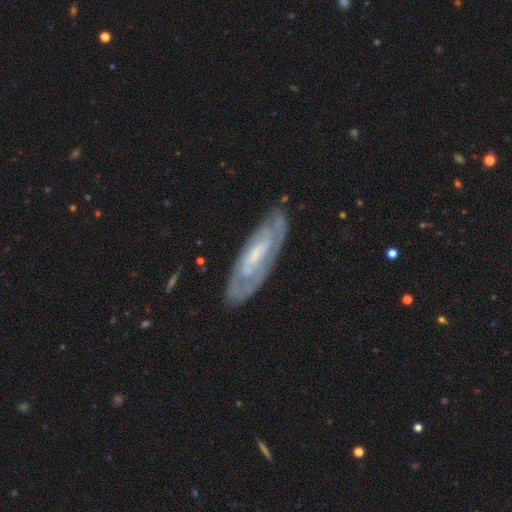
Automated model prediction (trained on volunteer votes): Q: Smooth or featured?
A: featured or disk (73%); runner-up: smooth (20%)
Q: Edge-on disk?
A: no (77%); runner-up: yes (23%)
Q: Bar?
A: no (48%); runner-up: weak (38%)
Q: Spiral arms?
A: yes (80%); runner-up: no (20%)
Q: Bulge size?
A: small (42%); runner-up: moderate (32%)
Q: Merging?
A: none (76%); runner-up: minor disturbance (17%)